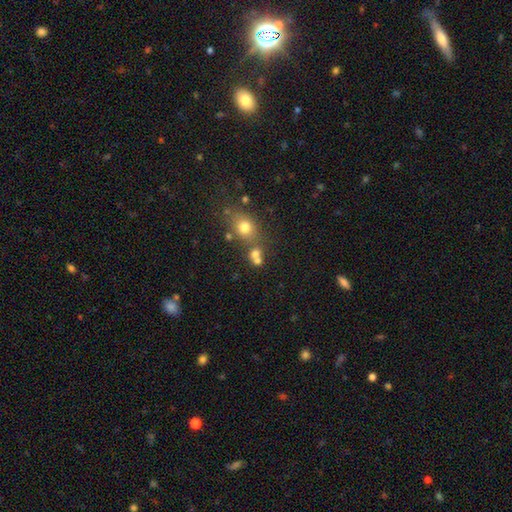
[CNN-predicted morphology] type=smooth (69%); roundness=round (74%); merging=none (46%).